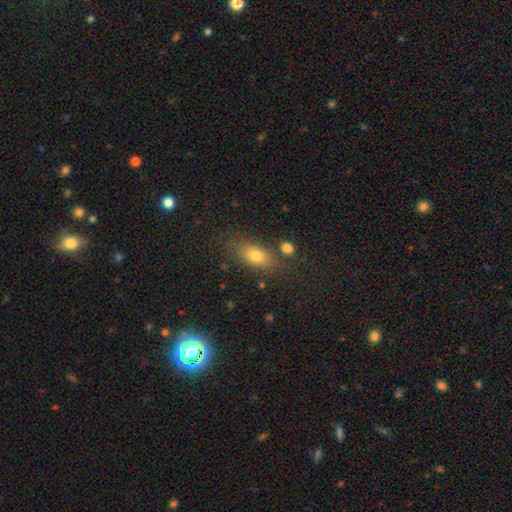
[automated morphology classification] Smooth or featured?
  - smooth: 75% *
  - featured or disk: 13%
  - star or artifact: 11%
How rounded?
  - in between: 80% *
  - round: 11%
  - cigar-shaped: 9%
Merging?
  - none: 74% *
  - minor disturbance: 13%
  - merger: 7%
  - major disturbance: 5%